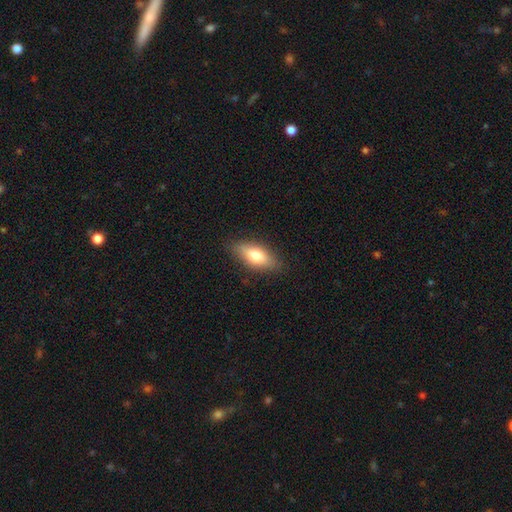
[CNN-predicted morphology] A smooth galaxy with no disk features (72%) that is in between round and cigar-shaped (76%). Merging: none (85%).